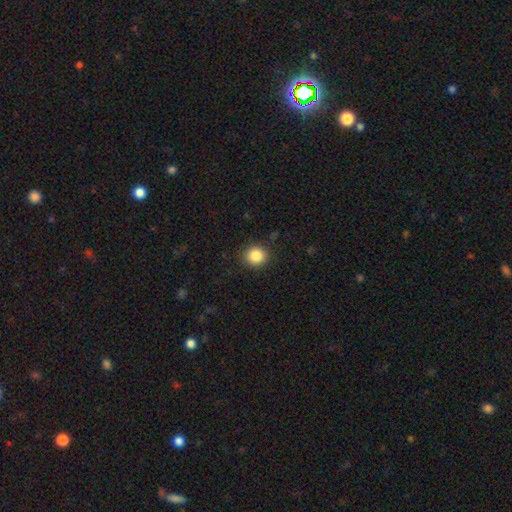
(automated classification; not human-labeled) Q: Smooth or featured?
A: smooth (86%); runner-up: star or artifact (10%)
Q: How rounded?
A: round (87%); runner-up: in between (12%)
Q: Merging?
A: none (89%); runner-up: minor disturbance (7%)